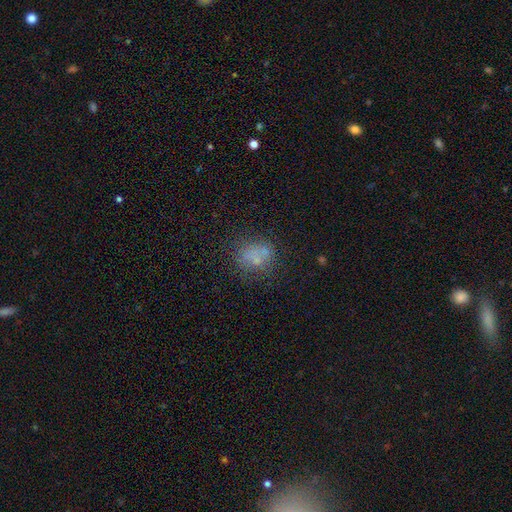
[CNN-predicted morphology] smooth-or-featured: smooth: 55% | featured or disk: 28% | star or artifact: 17%
  how-rounded: round: 57% | in between: 41% | cigar-shaped: 2%
  merging: none: 52% | merger: 20% | minor disturbance: 18% | major disturbance: 11%